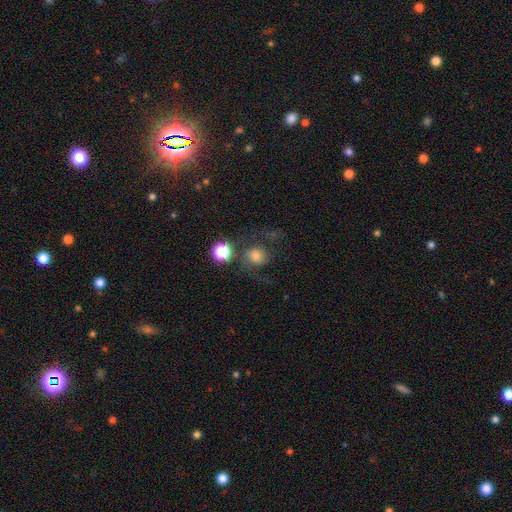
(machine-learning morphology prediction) Smooth or featured: smooth — 54% (featured or disk — 30%)
How rounded: round — 82% (in between — 17%)
Merging: none — 52% (major disturbance — 21%)